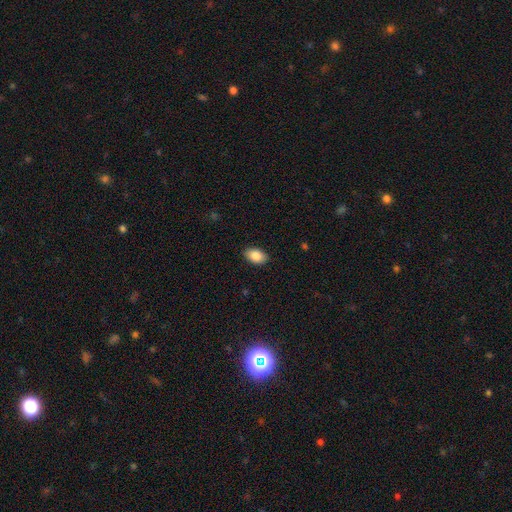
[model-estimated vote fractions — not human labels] smooth-or-featured: smooth: 88% | star or artifact: 7% | featured or disk: 5%
  how-rounded: in between: 90% | round: 9% | cigar-shaped: 1%
  merging: none: 87% | minor disturbance: 10% | major disturbance: 2% | merger: 1%